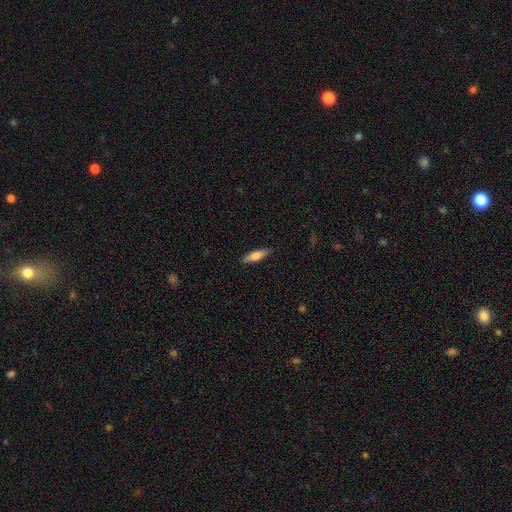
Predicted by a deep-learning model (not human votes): Smooth or featured? Predicted: smooth (p=0.68). How rounded? Predicted: cigar-shaped (p=0.62). Merging? Predicted: none (p=0.88).